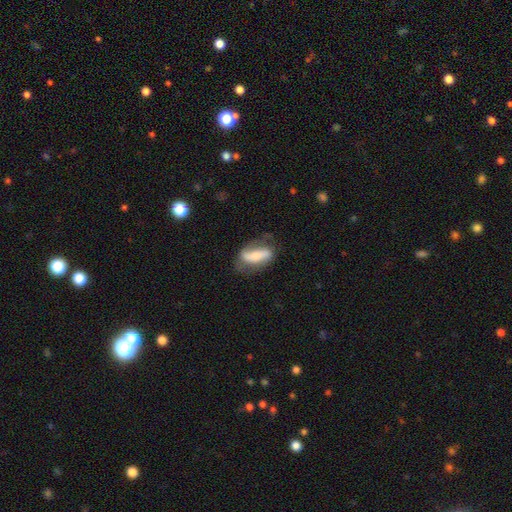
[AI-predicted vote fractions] Q: Smooth or featured?
A: featured or disk (53%); runner-up: smooth (40%)
Q: Edge-on disk?
A: no (83%); runner-up: yes (17%)
Q: Merging?
A: none (58%); runner-up: minor disturbance (26%)